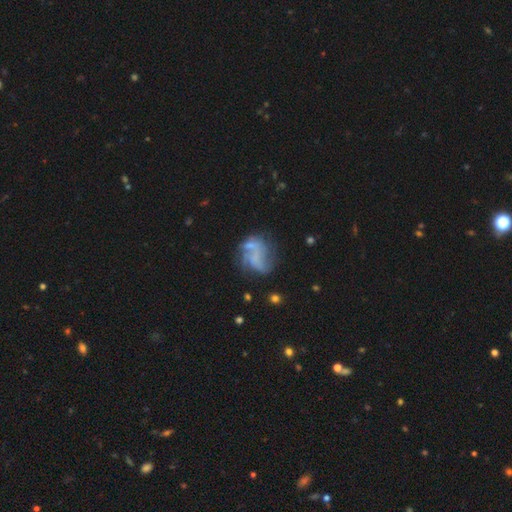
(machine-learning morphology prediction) Q: Smooth or featured?
A: featured or disk (61%); runner-up: smooth (27%)
Q: Edge-on disk?
A: no (98%); runner-up: yes (2%)
Q: Bar?
A: no (74%); runner-up: weak (20%)
Q: Spiral arms?
A: yes (57%); runner-up: no (43%)
Q: Bulge size?
A: none (72%); runner-up: small (16%)
Q: Merging?
A: none (42%); runner-up: major disturbance (26%)